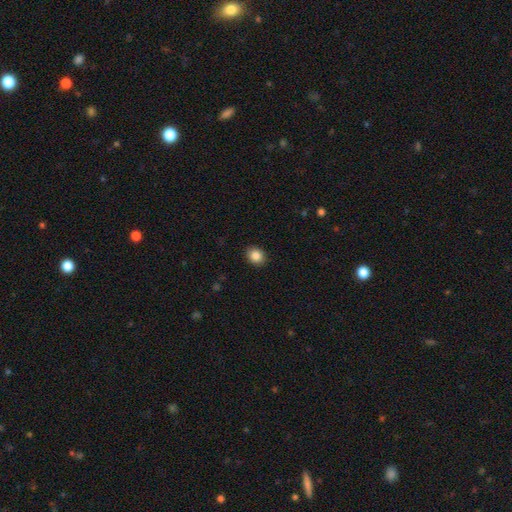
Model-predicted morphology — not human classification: A smooth galaxy with no disk features (86%) that is round (60%). Merging: none (90%).